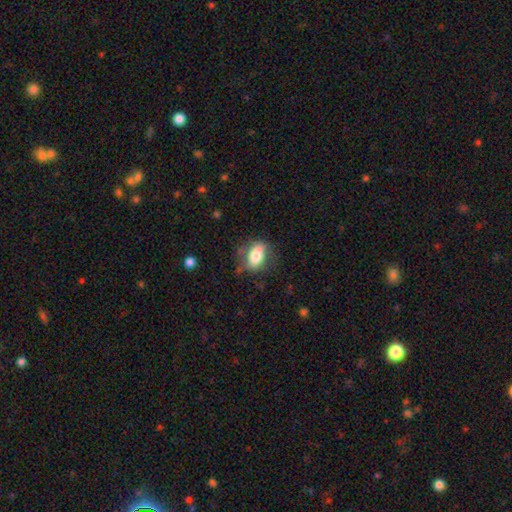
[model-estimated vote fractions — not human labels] Smooth or featured? smooth (71%)
How rounded? in between (84%)
Merging? none (66%)